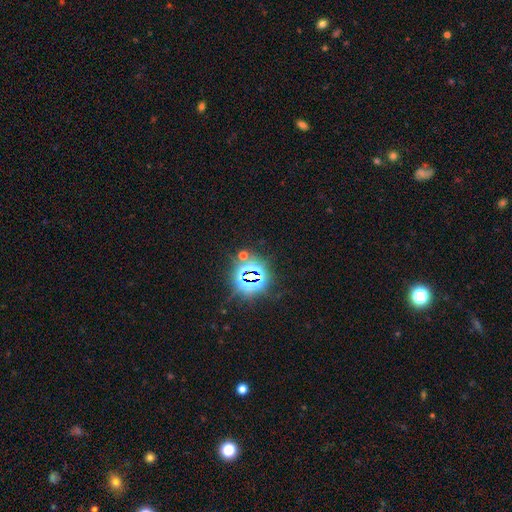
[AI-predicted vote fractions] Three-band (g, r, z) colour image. It shows a star or artifact, not a galaxy (80%).